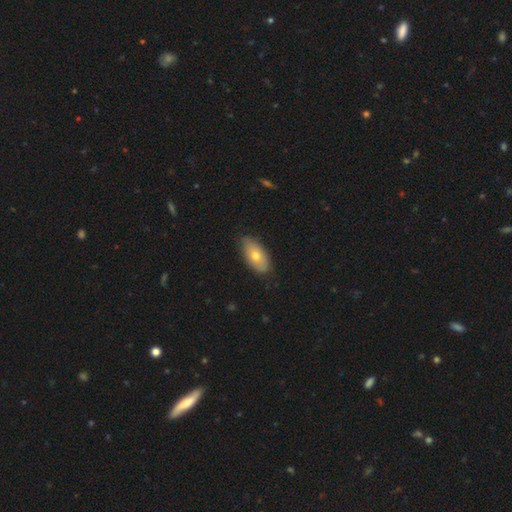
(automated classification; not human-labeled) Overall: smooth (66%; featured or disk 27%). How rounded: in between (92%). Merging: none (82%).